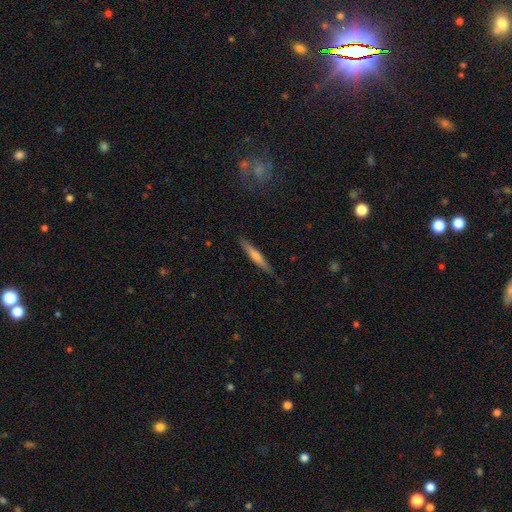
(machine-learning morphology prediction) smooth-or-featured: smooth: 52% | featured or disk: 42% | star or artifact: 6%
  how-rounded: cigar-shaped: 94% | in between: 5% | round: 1%
  merging: none: 87% | minor disturbance: 10% | major disturbance: 2% | merger: 1%